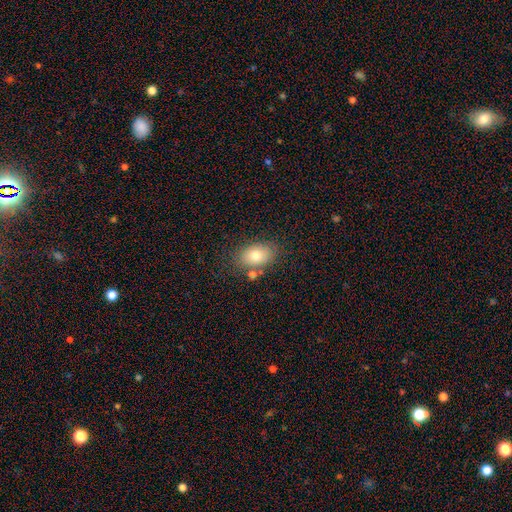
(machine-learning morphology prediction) Smooth or featured? Predicted: smooth (p=0.77). How rounded? Predicted: in between (p=0.82). Merging? Predicted: none (p=0.75).